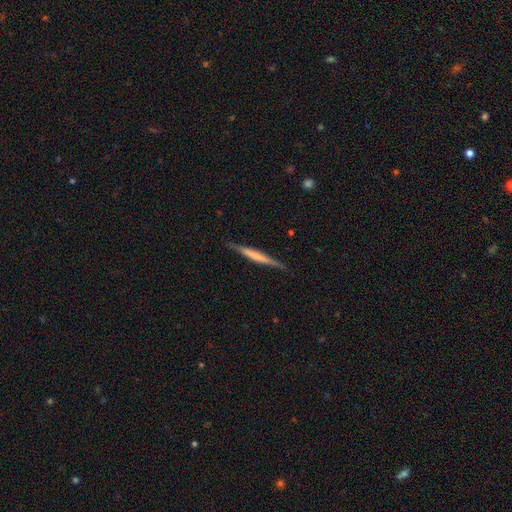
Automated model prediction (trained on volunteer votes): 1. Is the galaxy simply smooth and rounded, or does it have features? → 53% featured or disk, 42% smooth, 5% star or artifact.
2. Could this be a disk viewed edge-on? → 97% yes, 3% no.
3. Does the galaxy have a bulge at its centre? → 58% none, 23% rounded, 19% boxy.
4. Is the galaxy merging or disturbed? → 88% none, 9% minor disturbance, 2% major disturbance, 1% merger.